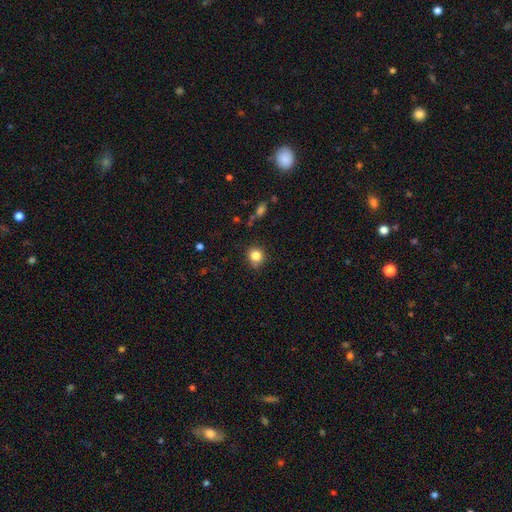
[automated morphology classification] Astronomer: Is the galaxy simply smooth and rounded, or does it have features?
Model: smooth — 83%.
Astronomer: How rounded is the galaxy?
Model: round — 86%.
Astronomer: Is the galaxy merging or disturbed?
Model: none — 79%.